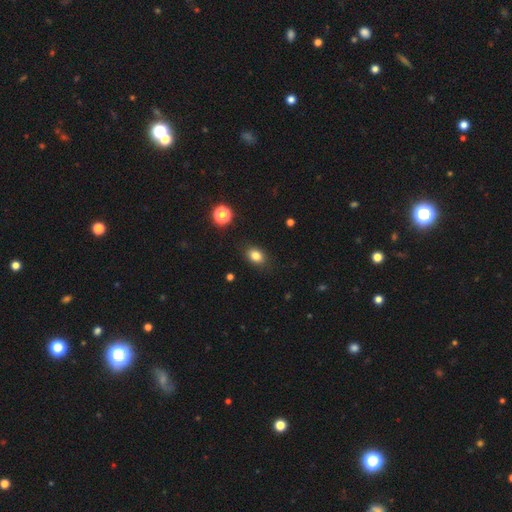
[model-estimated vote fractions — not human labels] The model was most divided on "how rounded": in between: 70%, round: 29%, cigar-shaped: 1%. More confident: merging — none (86%); smooth or featured — smooth (82%).